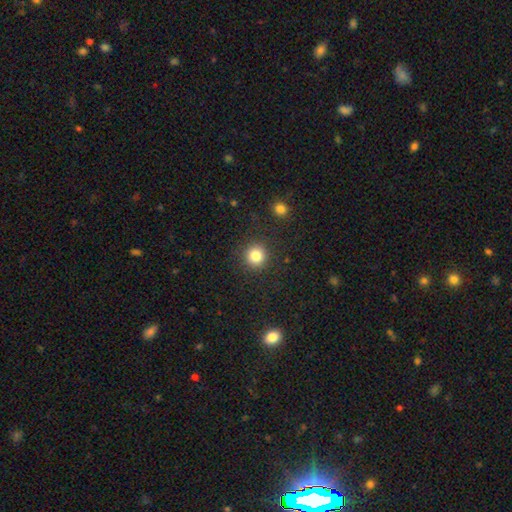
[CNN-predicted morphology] The model was most divided on "smooth or featured": smooth: 83%, star or artifact: 12%, featured or disk: 5%. More confident: how rounded — round (93%); merging — none (90%).